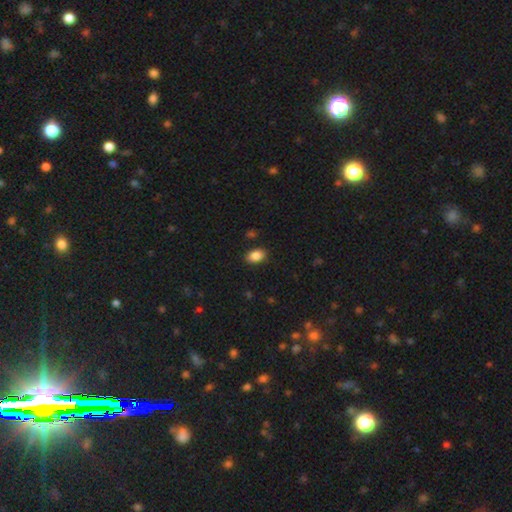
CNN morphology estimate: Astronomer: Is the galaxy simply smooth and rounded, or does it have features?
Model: smooth — 87%.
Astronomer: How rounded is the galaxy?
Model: in between — 87%.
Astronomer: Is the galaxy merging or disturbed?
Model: none — 87%.